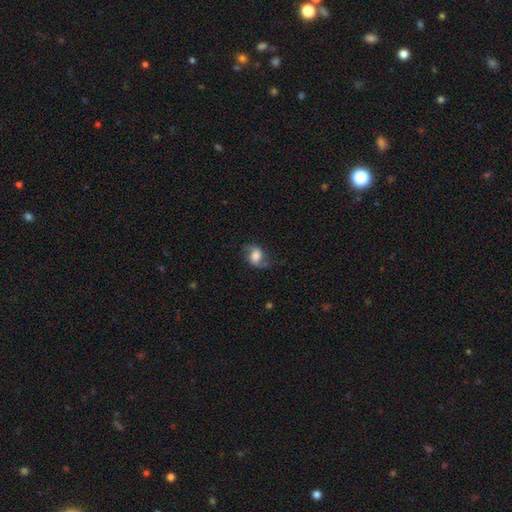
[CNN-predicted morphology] smooth_or_featured: smooth (p=0.49) [alt: featured or disk p=0.42]
merging: none (p=0.62) [alt: minor disturbance p=0.23]